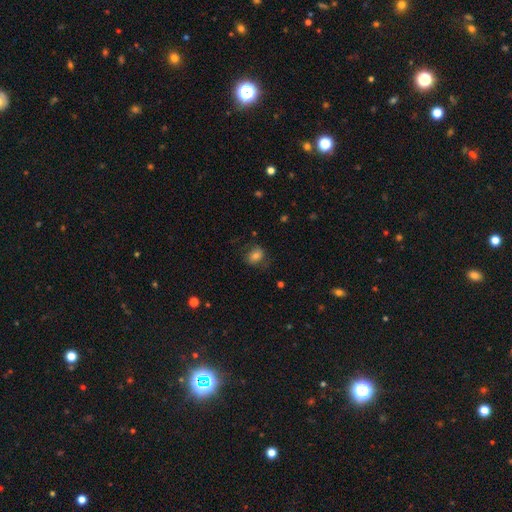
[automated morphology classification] Q: Smooth or featured?
A: smooth (71%); runner-up: featured or disk (18%)
Q: How rounded?
A: in between (57%); runner-up: round (41%)
Q: Merging?
A: none (69%); runner-up: minor disturbance (20%)